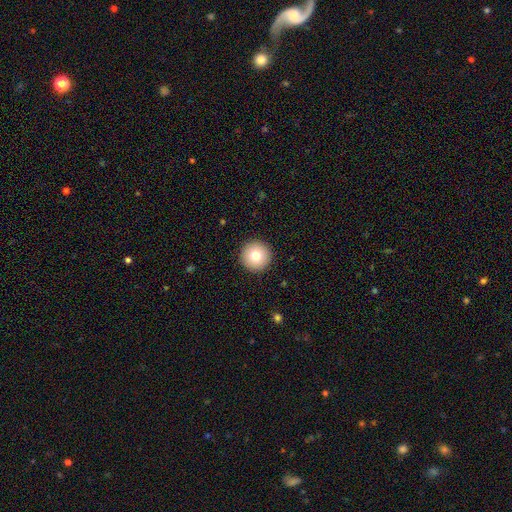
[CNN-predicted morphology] Overall: smooth (77%). How rounded: round (97%). Merging: none (93%).